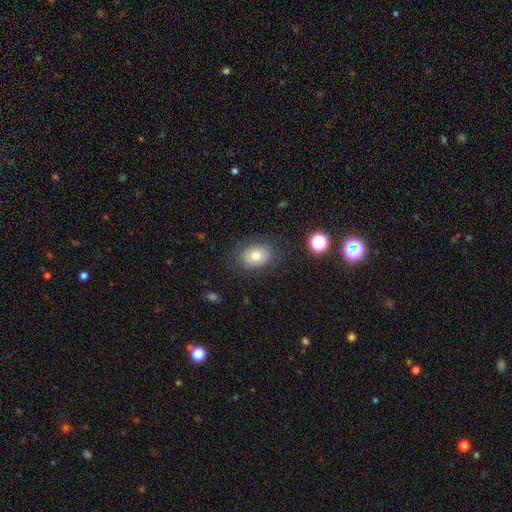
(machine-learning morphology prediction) Q: Smooth or featured?
A: smooth (76%); runner-up: featured or disk (14%)
Q: How rounded?
A: in between (60%); runner-up: round (39%)
Q: Merging?
A: none (81%); runner-up: minor disturbance (13%)